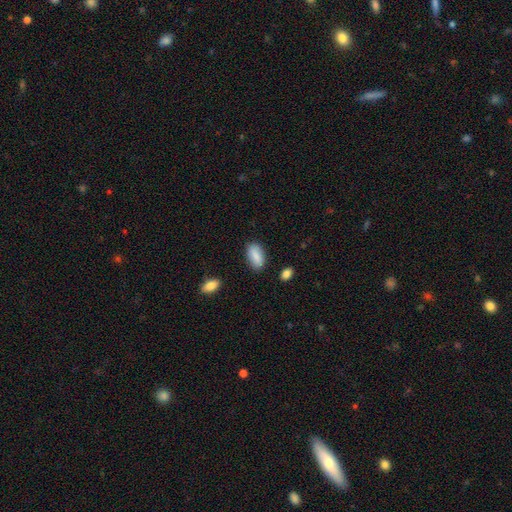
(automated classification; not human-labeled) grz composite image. It shows a smooth galaxy with no disk features (86%) that is in between round and cigar-shaped (91%). Merging: none (82%).